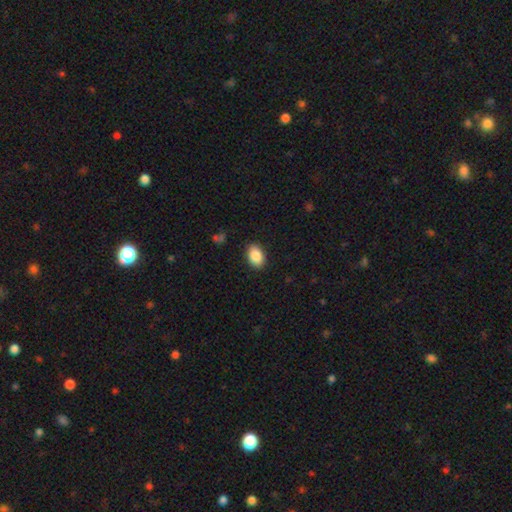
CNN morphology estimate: smooth_or_featured: smooth (p=0.88) [alt: star or artifact p=0.07]
how_rounded: in between (p=0.87) [alt: round p=0.12]
merging: none (p=0.88) [alt: minor disturbance p=0.08]